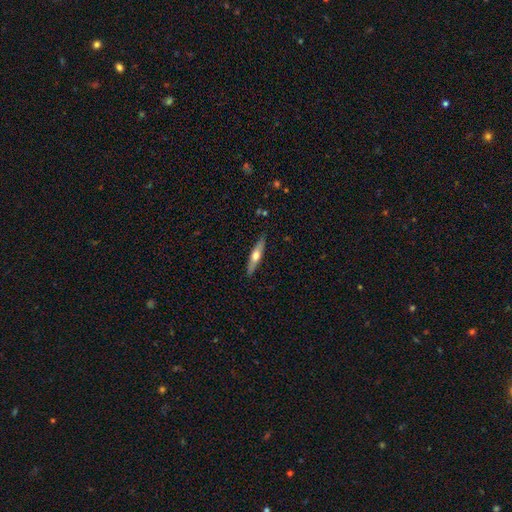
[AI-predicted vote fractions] Smooth or featured? Predicted: featured or disk (p=0.52). Edge-on disk? Predicted: yes (p=0.92). Merging? Predicted: none (p=0.87).